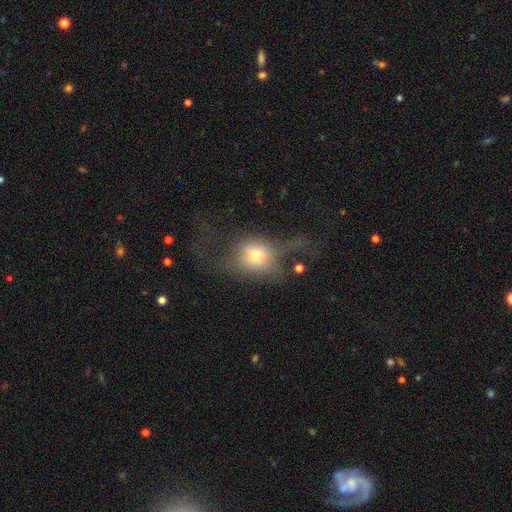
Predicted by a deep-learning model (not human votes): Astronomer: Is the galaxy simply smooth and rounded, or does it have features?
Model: smooth — 61%.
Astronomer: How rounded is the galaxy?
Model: round — 54% (runner-up: in between, 43%).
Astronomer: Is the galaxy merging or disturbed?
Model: major disturbance — 47% (runner-up: none, 30%).